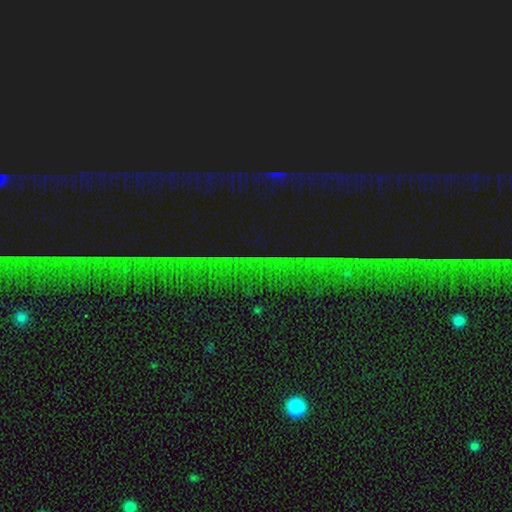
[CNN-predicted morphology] This appears to be a star or artifact, not a galaxy (85%).